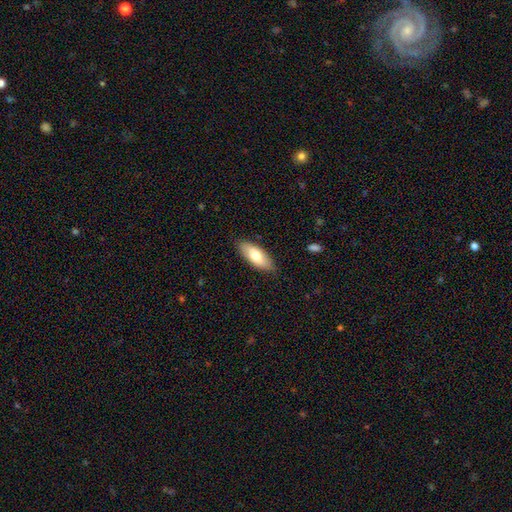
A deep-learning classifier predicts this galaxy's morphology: Smooth or featured?
  - smooth: 75% *
  - featured or disk: 20%
  - star or artifact: 6%
How rounded?
  - in between: 80% *
  - cigar-shaped: 18%
  - round: 2%
Merging?
  - none: 84% *
  - minor disturbance: 12%
  - major disturbance: 2%
  - merger: 1%